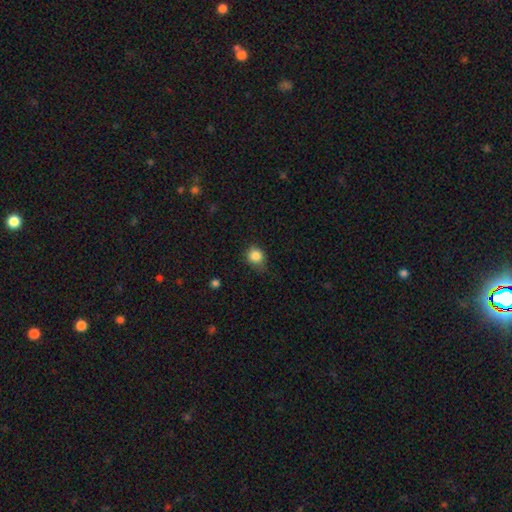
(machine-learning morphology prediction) Smooth or featured: smooth — 85% (star or artifact — 10%)
How rounded: round — 75% (in between — 24%)
Merging: none — 64% (minor disturbance — 28%)